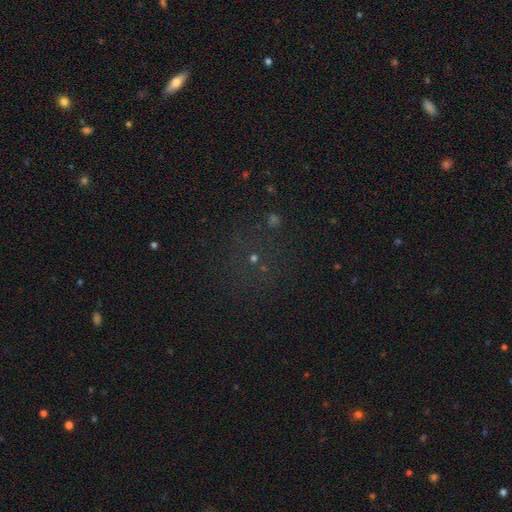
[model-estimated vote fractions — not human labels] This is likely a star or artifact rather than a galaxy (62%).